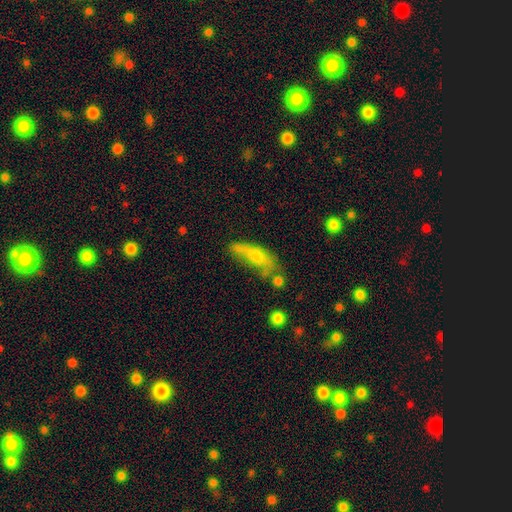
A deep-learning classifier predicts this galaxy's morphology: The model was most divided on "merging": none: 36%, minor disturbance: 28%, major disturbance: 21%, merger: 14%. More confident: smooth or featured — smooth (62%); how rounded — in between (53%).